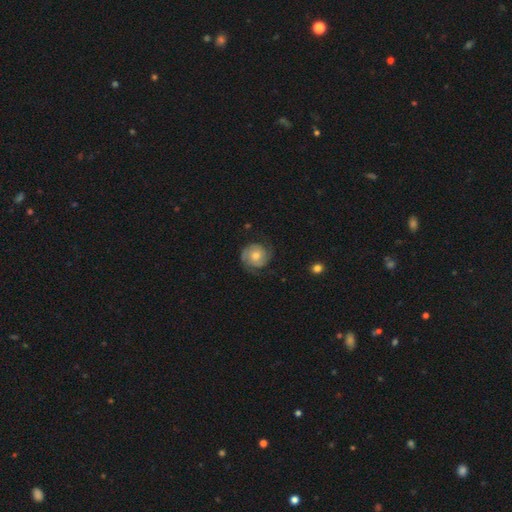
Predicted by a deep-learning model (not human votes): A featured or disk galaxy (68%) with no bar (75%), 2 (64%) tight (60%) spiral arms (92%) and a moderate central bulge (67%).

Vote fractions:
- Smooth or featured? featured or disk: 68% / smooth: 25% / star or artifact: 6%
- Edge-on disk? no: 98% / yes: 2%
- Bar? no: 75% / weak: 22% / strong: 4%
- Spiral arms? yes: 92% / no: 8%
- Spiral winding? tight: 60% / medium: 31% / loose: 10%
- Spiral arm count? 2: 64% / can't tell: 16% / 3: 10% / 1: 4% / 4: 3% / more than 4: 2%
- Bulge size? moderate: 67% / small: 23% / large: 7% / none: 2% / dominant: 1%
- Merging? none: 75% / minor disturbance: 17% / major disturbance: 7% / merger: 1%